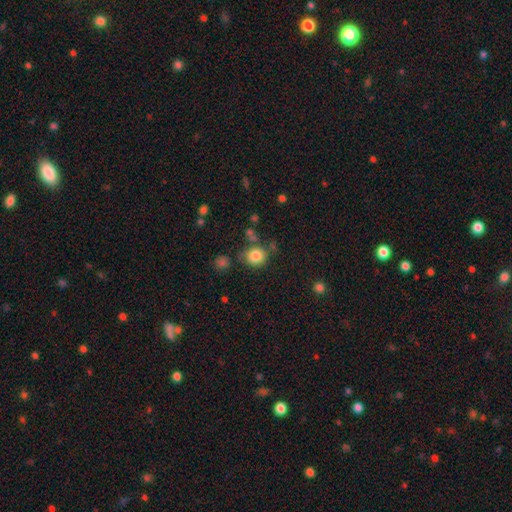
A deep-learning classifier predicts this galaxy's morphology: Q: Smooth or featured?
A: smooth (82%); runner-up: star or artifact (11%)
Q: How rounded?
A: round (78%); runner-up: in between (21%)
Q: Merging?
A: none (68%); runner-up: minor disturbance (17%)